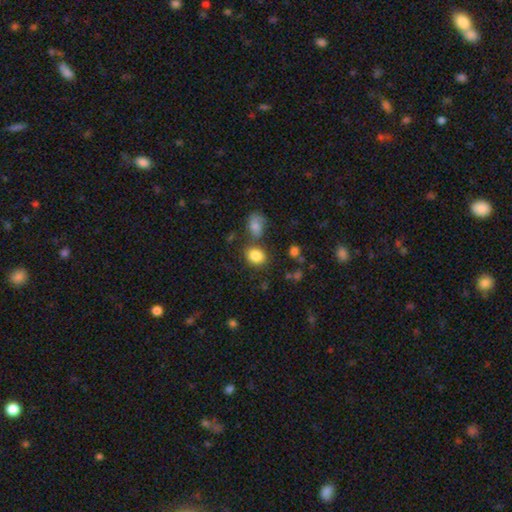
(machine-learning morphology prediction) smooth-or-featured: smooth: 84% | star or artifact: 10% | featured or disk: 6%
  how-rounded: round: 51% | in between: 48% | cigar-shaped: 1%
  merging: none: 69% | merger: 14% | minor disturbance: 12% | major disturbance: 4%